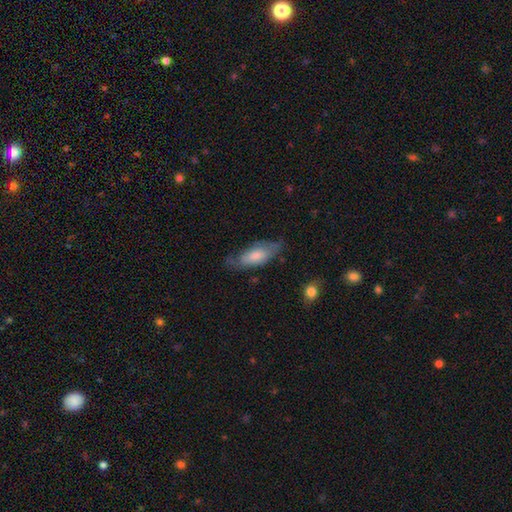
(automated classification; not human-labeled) The model was most divided on "merging": none: 57%, minor disturbance: 31%, major disturbance: 11%, merger: 2%. More confident: how rounded — in between (78%); smooth or featured — smooth (65%).